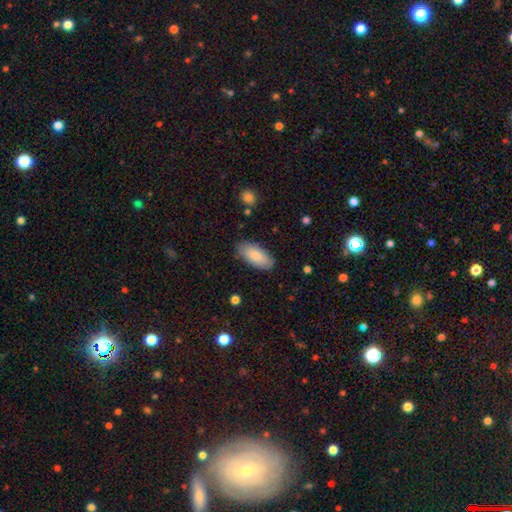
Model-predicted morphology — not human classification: Smooth or featured?
  - smooth: 85% *
  - featured or disk: 10%
  - star or artifact: 6%
How rounded?
  - in between: 90% *
  - cigar-shaped: 8%
  - round: 2%
Merging?
  - none: 85% *
  - minor disturbance: 11%
  - major disturbance: 3%
  - merger: 1%